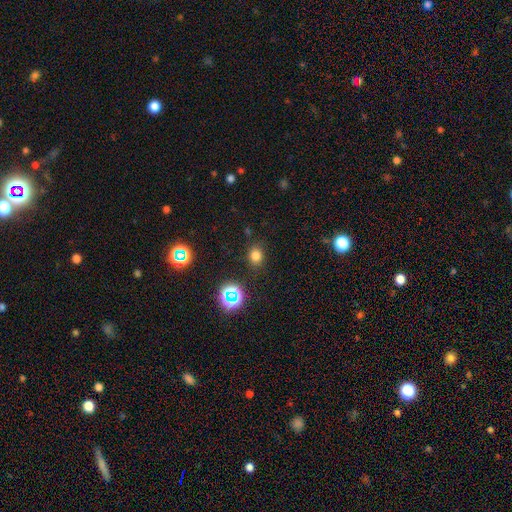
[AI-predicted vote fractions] This is likely a smooth galaxy (75%). How rounded: likely round (62%). Merging: clearly none (84%).